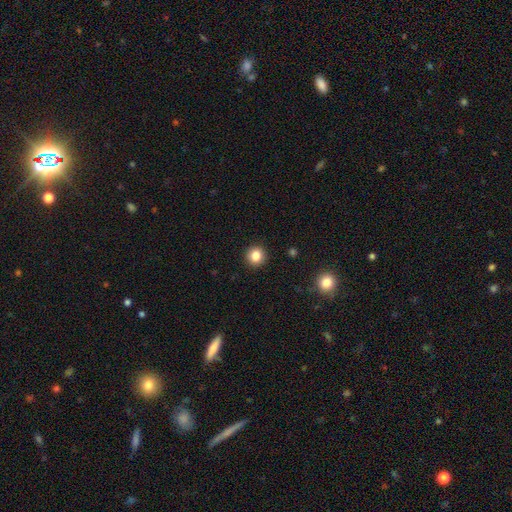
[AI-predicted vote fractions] This is clearly a smooth galaxy (84%). How rounded: clearly round (93%). Merging: clearly none (92%).